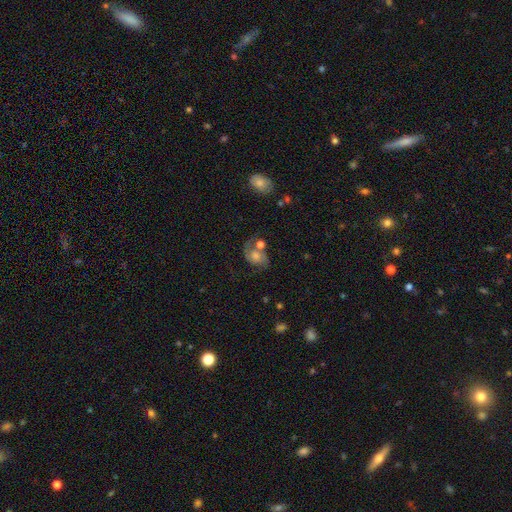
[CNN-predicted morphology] A featured or disk galaxy (63%) with no bar (72%), 2 (67%) medium (45%) spiral arms (86%) and a moderate central bulge (50%). Merging: none (39%).